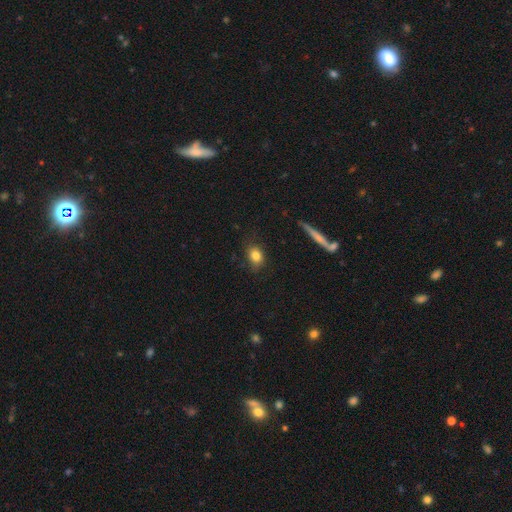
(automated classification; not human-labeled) The model was most divided on "how rounded": in between: 59%, round: 38%, cigar-shaped: 3%. More confident: smooth or featured — smooth (82%); merging — none (78%).